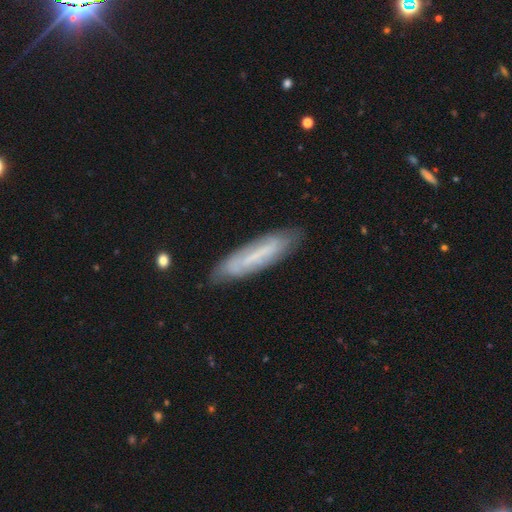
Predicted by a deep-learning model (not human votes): Smooth or featured: featured or disk — 52% (smooth — 40%)
Edge-on disk: no — 57% (yes — 43%)
Merging: none — 79% (minor disturbance — 16%)